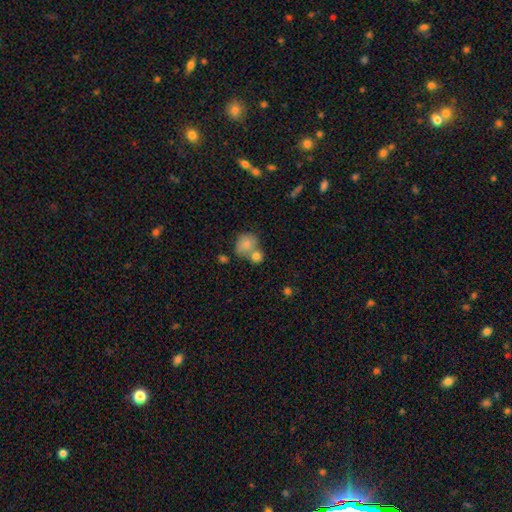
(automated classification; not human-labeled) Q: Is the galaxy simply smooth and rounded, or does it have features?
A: smooth — 58%.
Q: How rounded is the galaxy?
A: round — 78%.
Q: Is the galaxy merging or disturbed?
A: none — 57%.